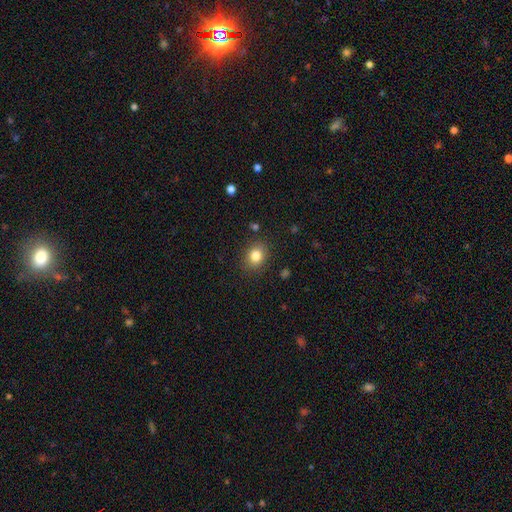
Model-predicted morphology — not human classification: Smooth or featured: smooth — 83% (star or artifact — 11%)
How rounded: round — 58% (in between — 41%)
Merging: none — 86% (minor disturbance — 10%)